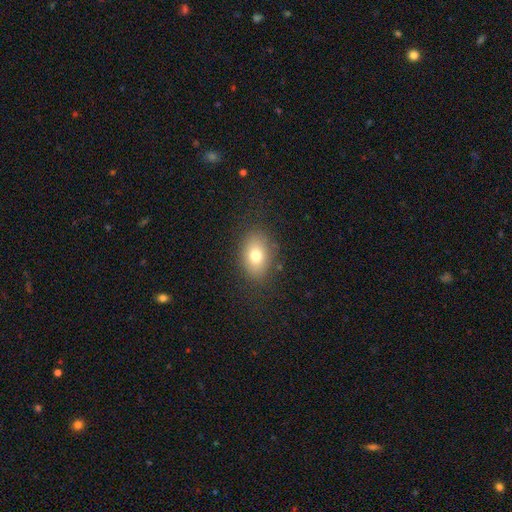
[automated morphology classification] This is likely a smooth galaxy (76%). How rounded: likely in between (80%). Merging: clearly none (83%).